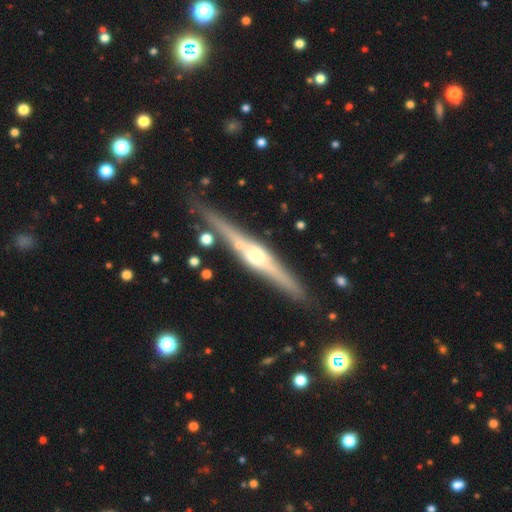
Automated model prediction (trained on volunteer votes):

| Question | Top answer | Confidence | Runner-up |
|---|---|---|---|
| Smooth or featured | featured or disk | 83% | smooth (11%) |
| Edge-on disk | yes | 98% | no (2%) |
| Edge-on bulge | rounded | 84% | boxy (12%) |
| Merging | none | 86% | minor disturbance (9%) |